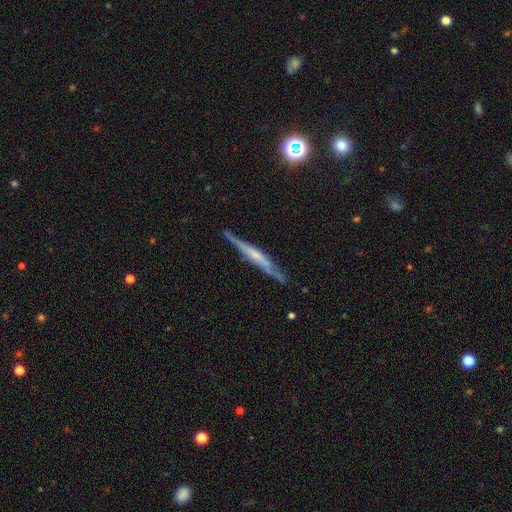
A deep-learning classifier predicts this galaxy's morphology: Smooth or featured: featured or disk — 66% (smooth — 28%)
Edge-on disk: yes — 95% (no — 5%)
Edge-on bulge: none — 46% (rounded — 34%)
Merging: none — 83% (minor disturbance — 13%)